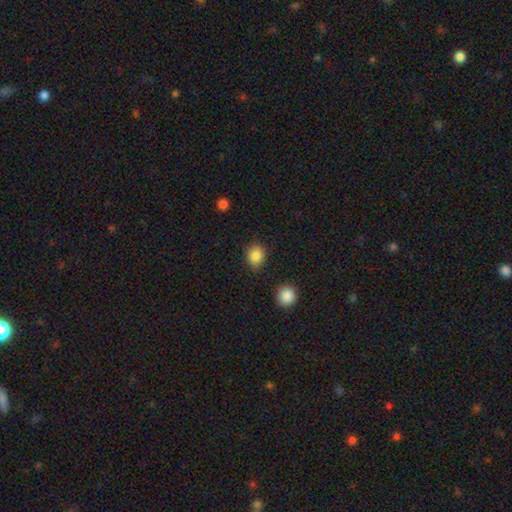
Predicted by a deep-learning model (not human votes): Q: Smooth or featured?
A: smooth (86%); runner-up: star or artifact (10%)
Q: How rounded?
A: round (68%); runner-up: in between (31%)
Q: Merging?
A: none (85%); runner-up: minor disturbance (10%)